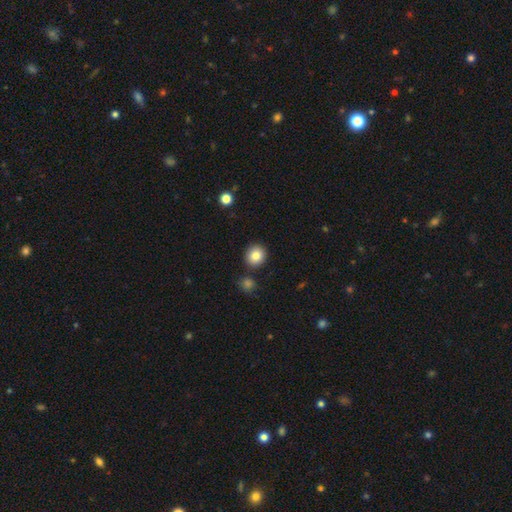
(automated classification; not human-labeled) smooth-or-featured: smooth: 84% | star or artifact: 9% | featured or disk: 7%
  how-rounded: round: 86% | in between: 13% | cigar-shaped: 1%
  merging: none: 85% | minor disturbance: 7% | merger: 5% | major disturbance: 2%